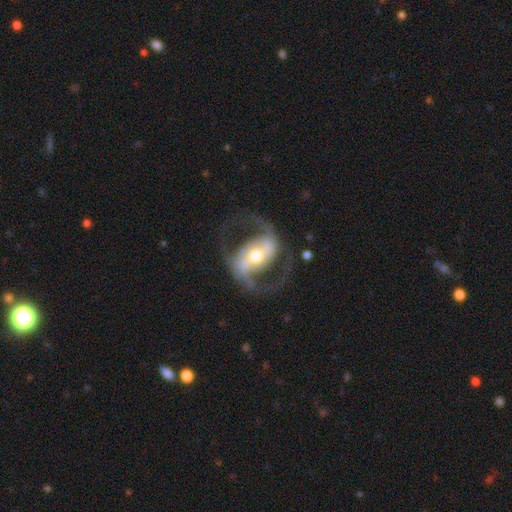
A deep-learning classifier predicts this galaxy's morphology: Smooth or featured? featured or disk (90%)
Edge-on disk? no (97%)
Bar? strong (57%)
Spiral arms? yes (93%)
Spiral winding? medium (56%)
Spiral arm count? 2 (93%)
Bulge size? moderate (62%)
Merging? none (75%)